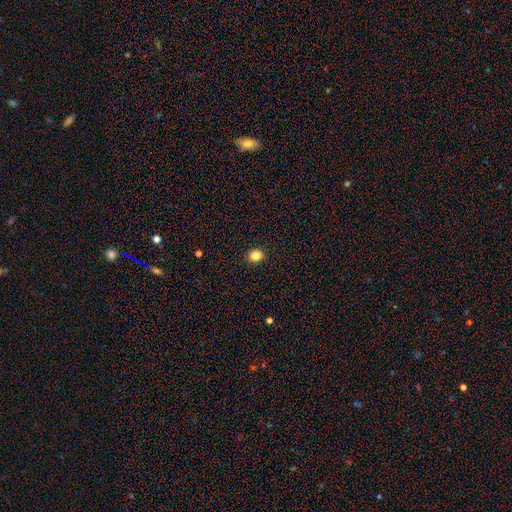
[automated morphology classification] A smooth galaxy with no disk features (84%) that is round (82%). Merging: none (93%).